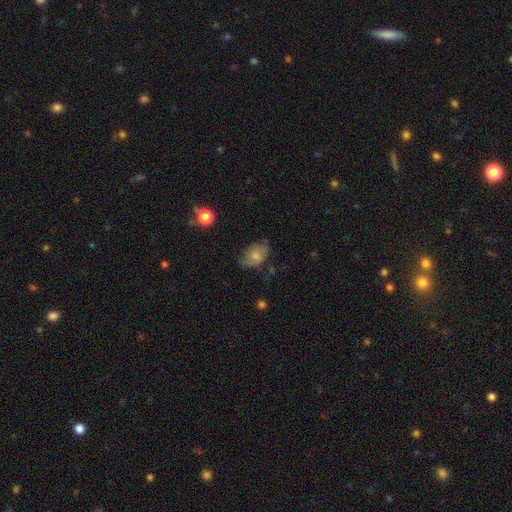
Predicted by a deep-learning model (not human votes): smooth-or-featured: smooth: 67% | featured or disk: 24% | star or artifact: 9%
  how-rounded: in between: 83% | round: 16% | cigar-shaped: 1%
  merging: none: 53% | minor disturbance: 31% | major disturbance: 13% | merger: 2%